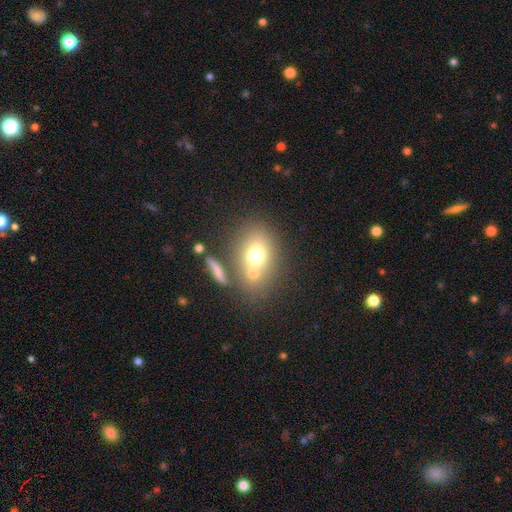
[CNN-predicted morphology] smooth-or-featured: smooth: 68% | featured or disk: 19% | star or artifact: 13%
  how-rounded: in between: 51% | round: 47% | cigar-shaped: 2%
  merging: none: 55% | merger: 28% | minor disturbance: 11% | major disturbance: 6%